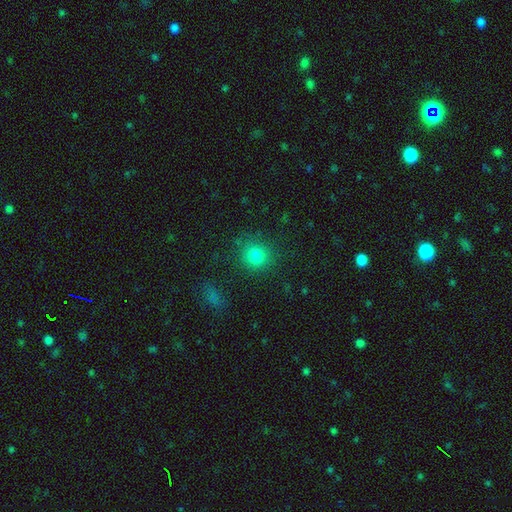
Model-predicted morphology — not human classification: This appears to be a smooth galaxy with no disk features (80%) that is round (88%). Merging: none (83%).